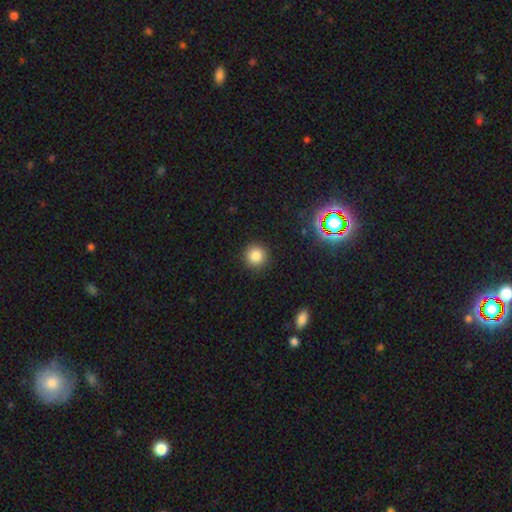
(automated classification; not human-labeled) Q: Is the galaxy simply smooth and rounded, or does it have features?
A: smooth — 83%.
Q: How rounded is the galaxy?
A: round — 94%.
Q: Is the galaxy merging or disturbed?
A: none — 91%.